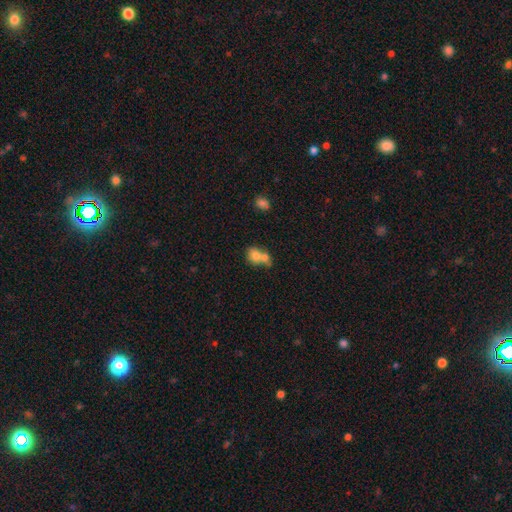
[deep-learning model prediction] smooth_or_featured: smooth (p=0.74) [alt: featured or disk p=0.16]
how_rounded: in between (p=0.50) [alt: round p=0.49]
merging: merger (p=0.64) [alt: none p=0.24]